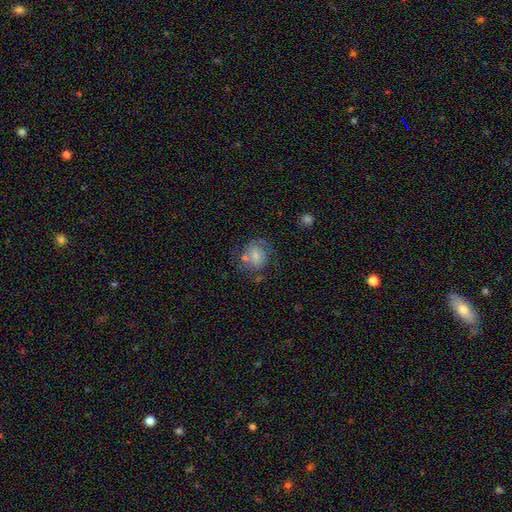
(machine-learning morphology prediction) Overall: smooth (51%; featured or disk 33%). How rounded: round (69%; in between 30%). Merging: none (62%).